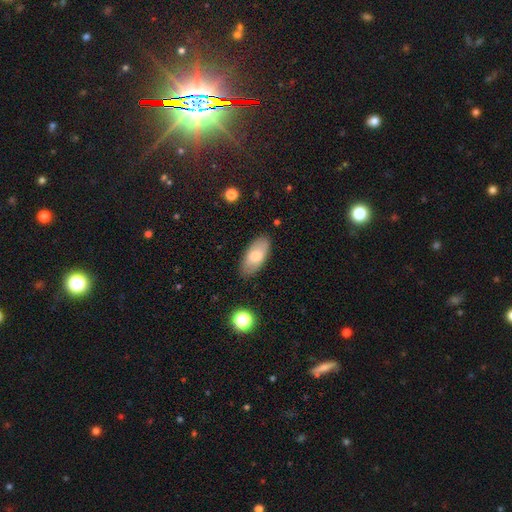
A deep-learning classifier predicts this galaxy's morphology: This is likely a smooth galaxy (74%). How rounded: clearly in between (90%). Merging: clearly none (85%).